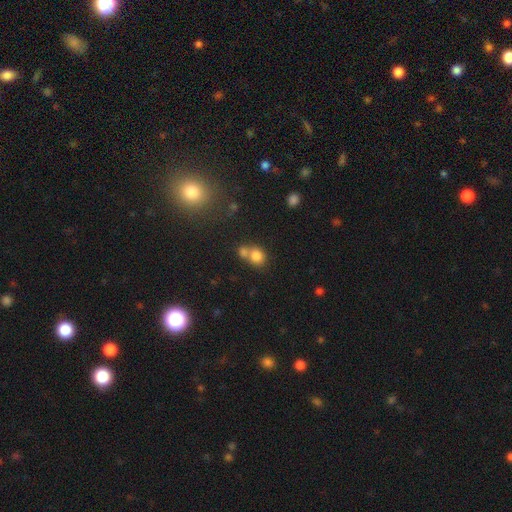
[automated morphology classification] A smooth galaxy with no disk features (79%) that is round (71%).

Vote fractions:
- Smooth or featured? smooth: 79% / star or artifact: 11% / featured or disk: 10%
- How rounded? round: 71% / in between: 28% / cigar-shaped: 1%
- Merging? merger: 48% / none: 39% / minor disturbance: 9% / major disturbance: 4%